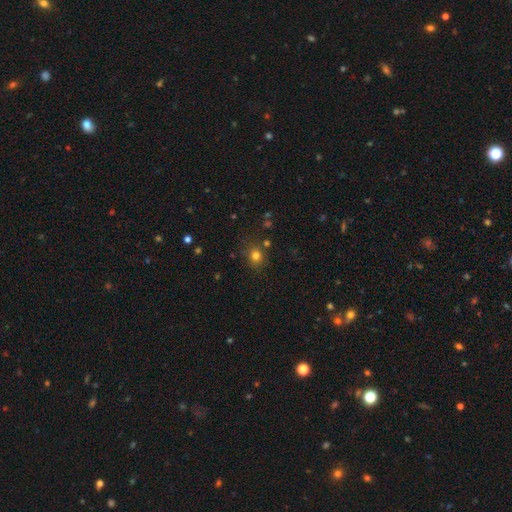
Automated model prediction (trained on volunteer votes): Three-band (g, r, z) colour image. It shows a smooth galaxy with no disk features (77%) that is round (81%). Merging: none (80%).